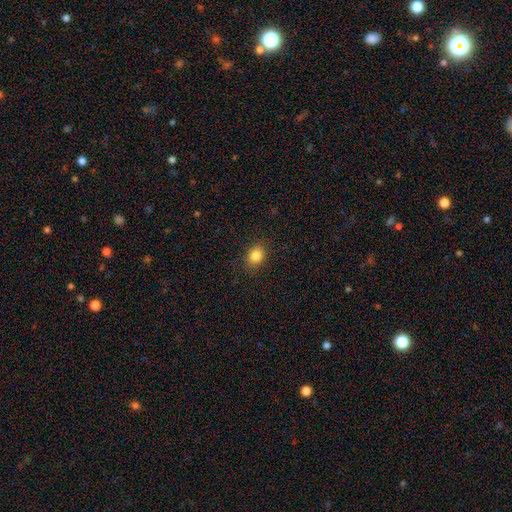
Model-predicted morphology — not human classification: type=smooth (84%); roundness=in between (54%); merging=none (88%).